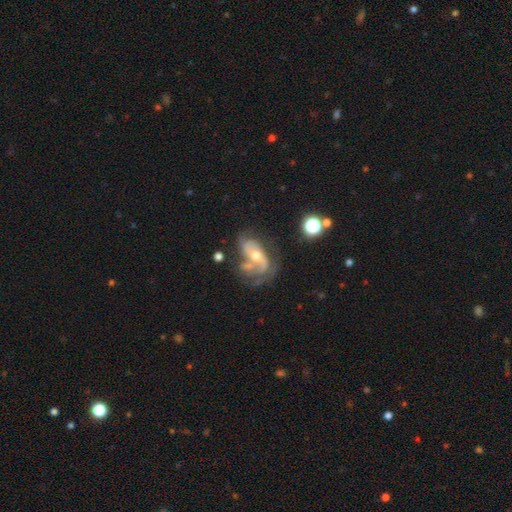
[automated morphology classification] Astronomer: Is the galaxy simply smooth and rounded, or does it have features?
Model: featured or disk — 76%.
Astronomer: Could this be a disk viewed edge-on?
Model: no — 95%.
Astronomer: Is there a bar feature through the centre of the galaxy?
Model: no — 60%.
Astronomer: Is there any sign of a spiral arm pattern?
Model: yes — 84%.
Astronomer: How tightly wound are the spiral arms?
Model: medium — 41% (runner-up: loose, 33%).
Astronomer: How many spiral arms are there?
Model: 2 — 43% (runner-up: can't tell, 24%).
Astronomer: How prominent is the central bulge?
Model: moderate — 61%.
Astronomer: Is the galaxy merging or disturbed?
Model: none — 34% (runner-up: major disturbance, 27%).